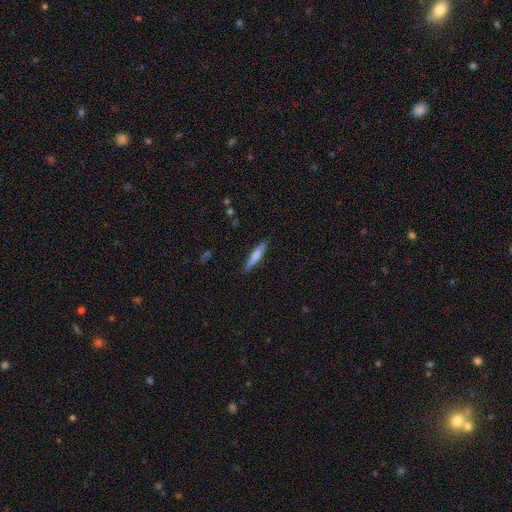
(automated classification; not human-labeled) A smooth galaxy with no disk features (69%) that is cigar-shaped (89%). Merging: none (88%).